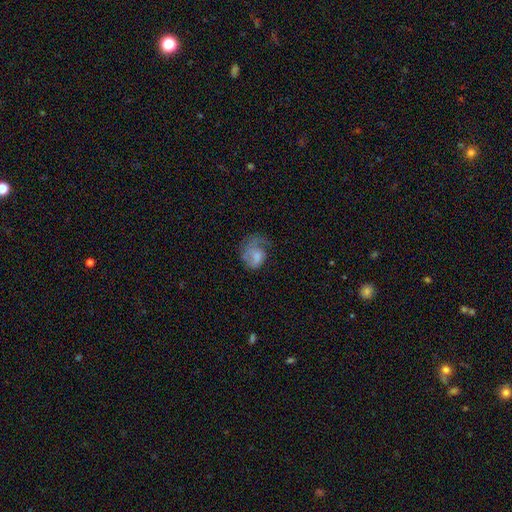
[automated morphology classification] Smooth or featured? Predicted: smooth (p=0.49). Merging? Predicted: major disturbance (p=0.45).